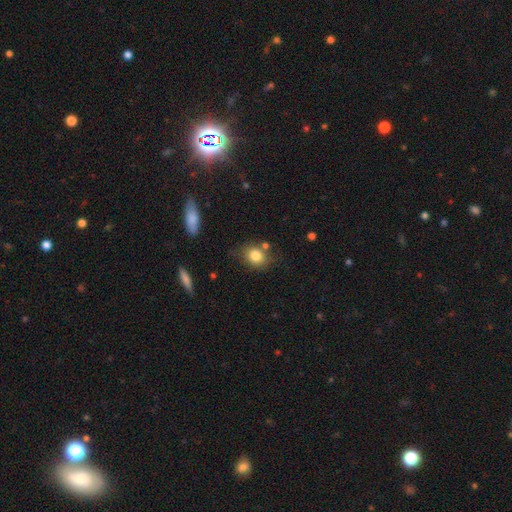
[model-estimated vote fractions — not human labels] This appears to be a smooth galaxy with no disk features (81%) that is round (59%). Merging: none (69%).